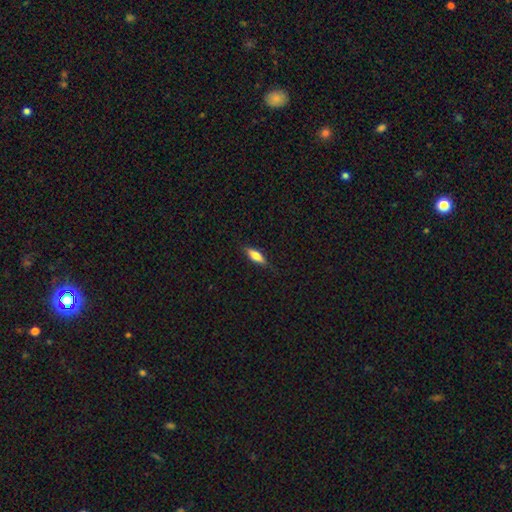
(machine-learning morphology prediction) Smooth or featured: smooth — 66% (featured or disk — 27%)
How rounded: in between — 50% (cigar-shaped — 48%)
Merging: none — 82% (minor disturbance — 14%)